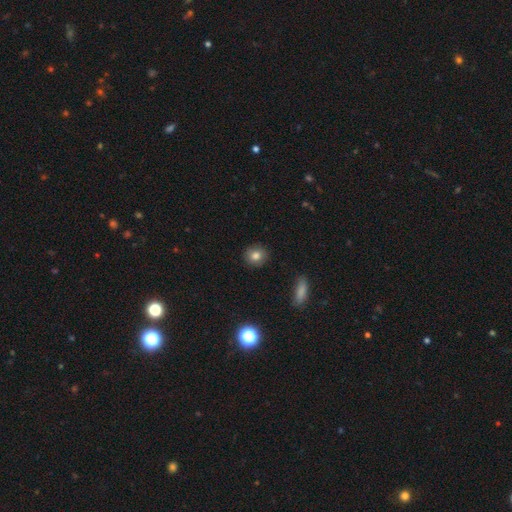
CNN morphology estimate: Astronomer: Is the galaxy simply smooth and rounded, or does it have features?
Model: smooth — 81%.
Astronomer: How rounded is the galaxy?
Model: round — 84%.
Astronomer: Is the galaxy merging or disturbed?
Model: none — 89%.